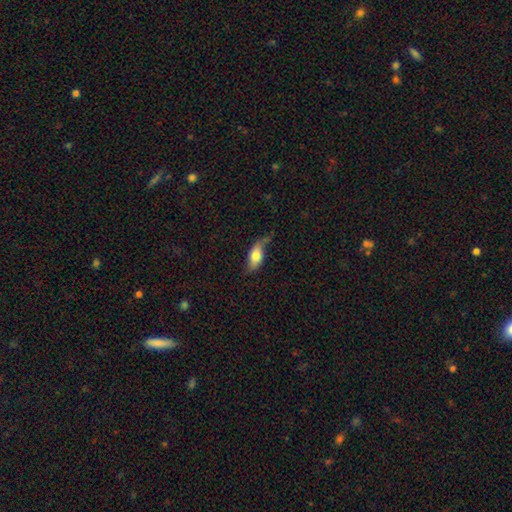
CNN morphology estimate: Q: Smooth or featured?
A: smooth (62%); runner-up: featured or disk (32%)
Q: How rounded?
A: in between (82%); runner-up: cigar-shaped (13%)
Q: Merging?
A: none (48%); runner-up: minor disturbance (35%)